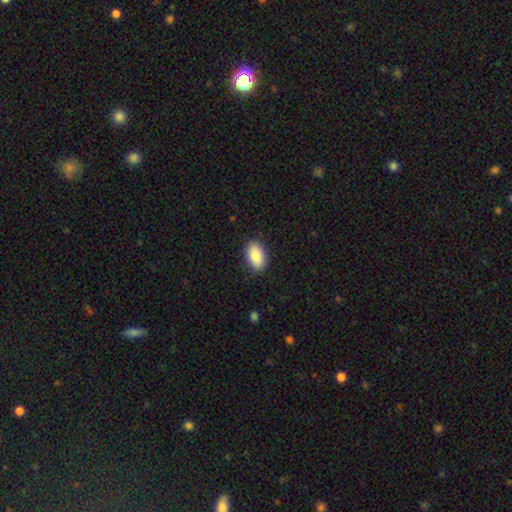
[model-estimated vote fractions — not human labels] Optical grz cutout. It shows a smooth galaxy with no disk features (86%) that is in between round and cigar-shaped (93%). Merging: none (88%).